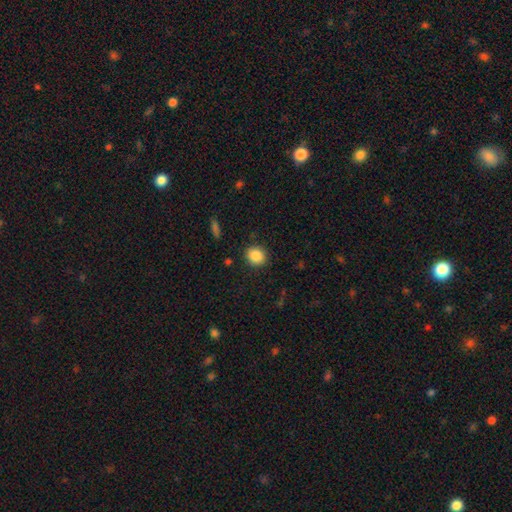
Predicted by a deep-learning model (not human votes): This is clearly a smooth galaxy (88%). How rounded: likely round (79%). Merging: clearly none (89%).